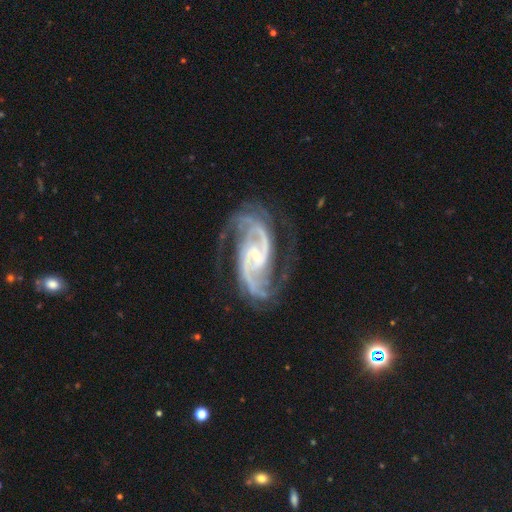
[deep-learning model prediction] Smooth or featured? Predicted: featured or disk (p=0.93). Edge-on disk? Predicted: no (p=0.97). Bar? Predicted: weak (p=0.48). Spiral arms? Predicted: yes (p=0.98). Spiral winding? Predicted: medium (p=0.58). Spiral arm count? Predicted: 2 (p=0.76). Bulge size? Predicted: small (p=0.72). Merging? Predicted: none (p=0.69).